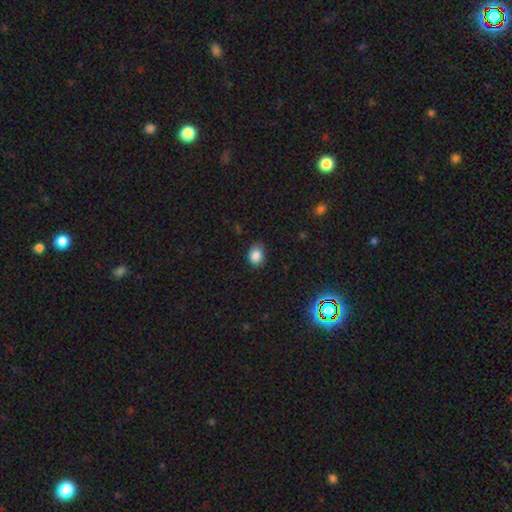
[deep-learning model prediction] smooth-or-featured: smooth: 85% | star or artifact: 11% | featured or disk: 5%
  how-rounded: in between: 58% | round: 41% | cigar-shaped: 1%
  merging: none: 76% | minor disturbance: 19% | major disturbance: 3% | merger: 1%